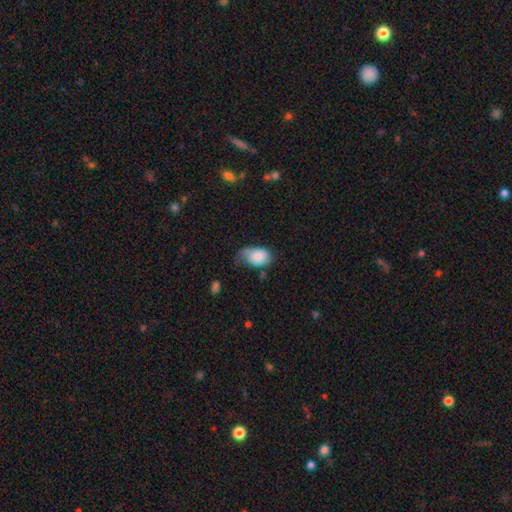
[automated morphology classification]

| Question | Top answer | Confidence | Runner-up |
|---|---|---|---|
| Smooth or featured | smooth | 76% | featured or disk (16%) |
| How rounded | in between | 86% | round (13%) |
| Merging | minor disturbance | 44% | none (33%) |